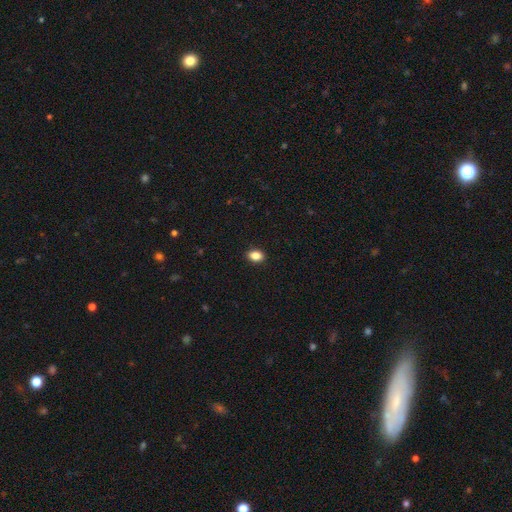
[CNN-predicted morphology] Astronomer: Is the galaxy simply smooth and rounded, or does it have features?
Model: smooth — 86%.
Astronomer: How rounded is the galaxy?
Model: in between — 78%.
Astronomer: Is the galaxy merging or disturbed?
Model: none — 91%.